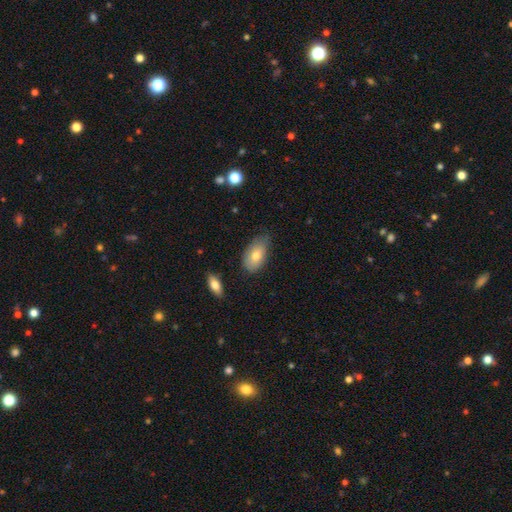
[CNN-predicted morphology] type=smooth (77%); roundness=in between (93%); merging=none (59%).